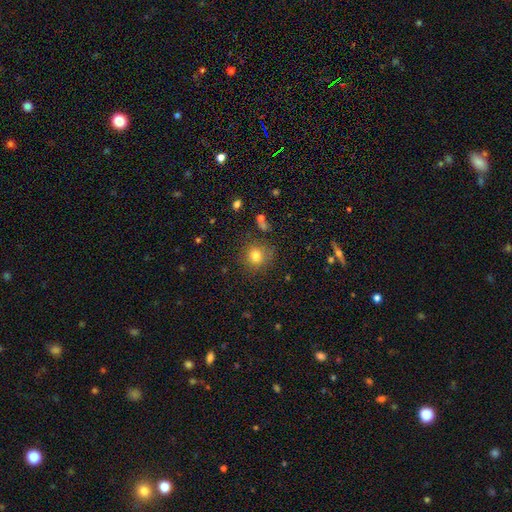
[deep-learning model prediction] Q: Smooth or featured?
A: smooth (78%); runner-up: star or artifact (14%)
Q: How rounded?
A: round (87%); runner-up: in between (12%)
Q: Merging?
A: none (81%); runner-up: minor disturbance (12%)